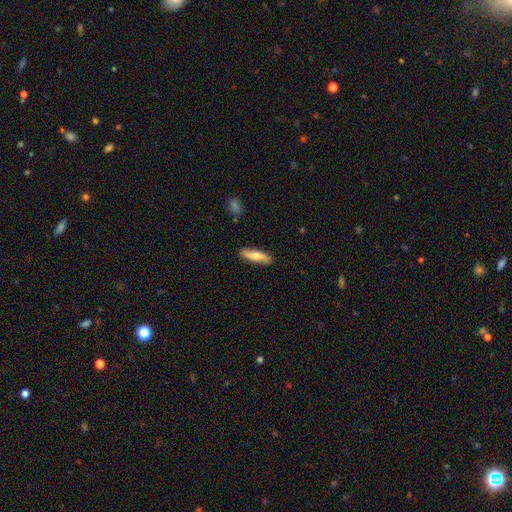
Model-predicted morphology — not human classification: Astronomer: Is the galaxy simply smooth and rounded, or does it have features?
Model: smooth — 60%.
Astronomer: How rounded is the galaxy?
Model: cigar-shaped — 66%.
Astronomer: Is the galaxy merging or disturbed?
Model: none — 86%.